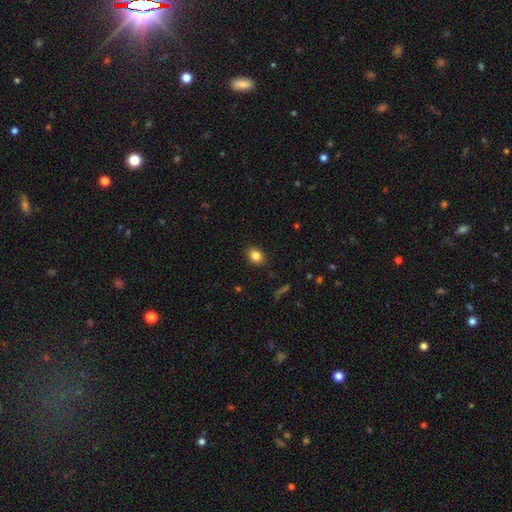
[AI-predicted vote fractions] smooth_or_featured: smooth (p=0.83) [alt: star or artifact p=0.10]
how_rounded: in between (p=0.58) [alt: round p=0.41]
merging: none (p=0.87) [alt: minor disturbance p=0.09]